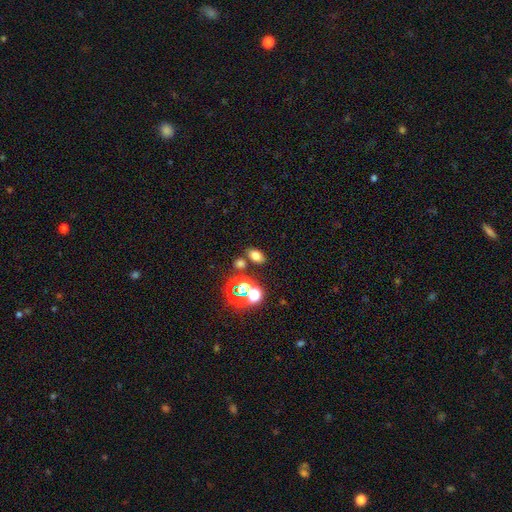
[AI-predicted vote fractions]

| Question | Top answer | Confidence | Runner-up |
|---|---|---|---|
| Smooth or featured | smooth | 69% | star or artifact (22%) |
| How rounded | in between | 81% | round (17%) |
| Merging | none | 79% | minor disturbance (9%) |